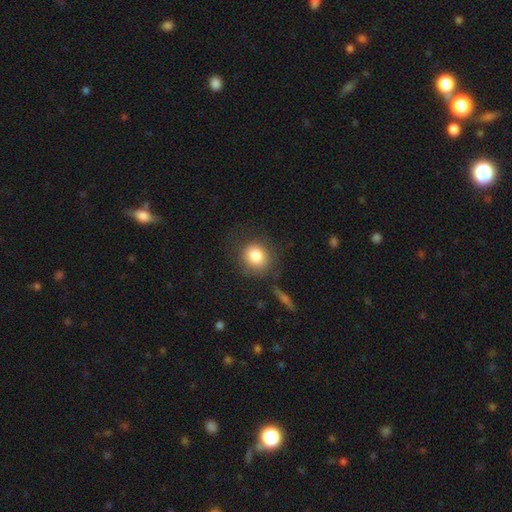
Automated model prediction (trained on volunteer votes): A smooth galaxy with no disk features (81%) that is round (83%).

Vote fractions:
- Smooth or featured? smooth: 81% / star or artifact: 9% / featured or disk: 9%
- How rounded? round: 83% / in between: 15% / cigar-shaped: 1%
- Merging? none: 77% / minor disturbance: 14% / major disturbance: 6% / merger: 3%